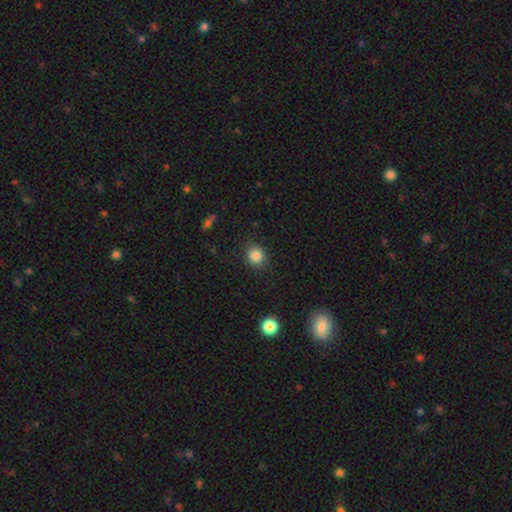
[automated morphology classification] Smooth or featured? smooth (84%)
How rounded? round (80%)
Merging? none (88%)